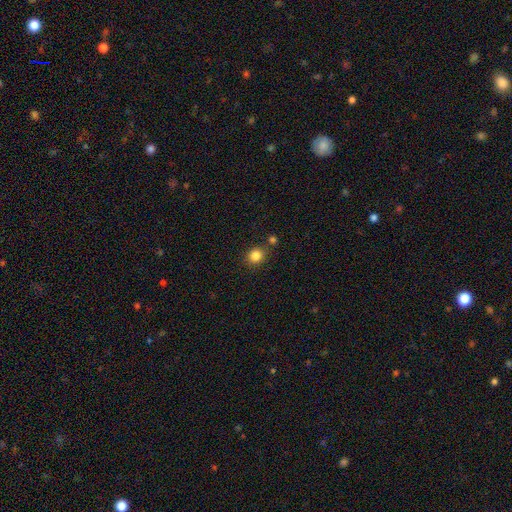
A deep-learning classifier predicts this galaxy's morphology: Q: Smooth or featured?
A: smooth (84%); runner-up: star or artifact (11%)
Q: How rounded?
A: round (77%); runner-up: in between (22%)
Q: Merging?
A: none (75%); runner-up: minor disturbance (11%)